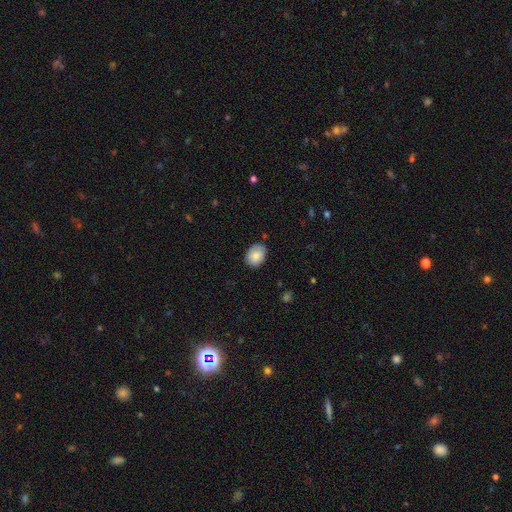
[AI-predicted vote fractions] This is clearly a smooth galaxy (84%). How rounded: likely in between (67%). Merging: likely none (80%).